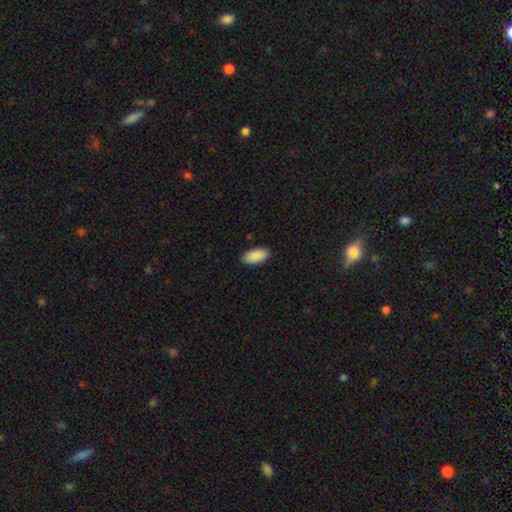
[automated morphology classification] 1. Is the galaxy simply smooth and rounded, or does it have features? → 91% smooth, 6% star or artifact, 3% featured or disk.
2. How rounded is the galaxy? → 93% in between, 5% cigar-shaped, 2% round.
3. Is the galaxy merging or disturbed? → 88% none, 9% minor disturbance, 2% major disturbance, 1% merger.